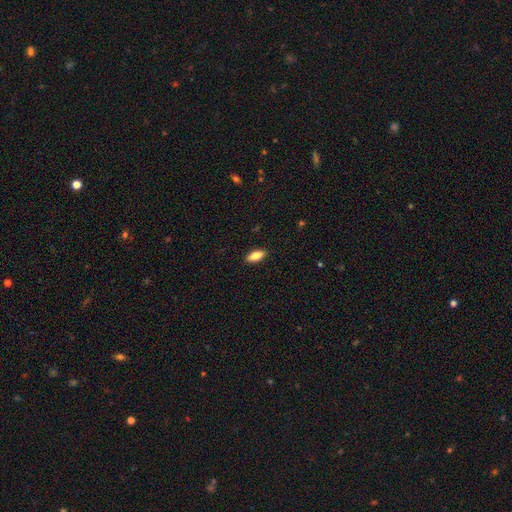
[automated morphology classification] This appears to be a smooth galaxy with no disk features (79%) that is in between round and cigar-shaped (82%). Merging: none (90%).